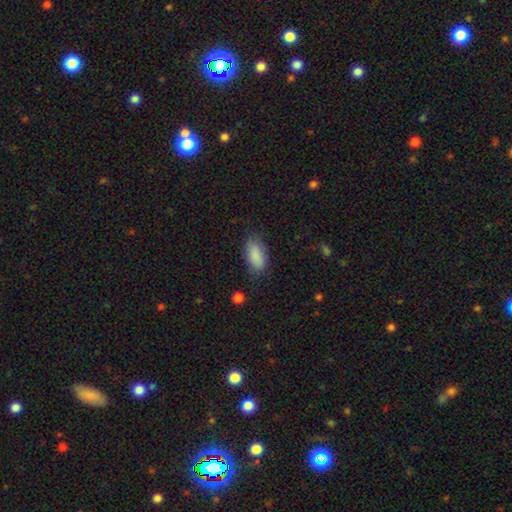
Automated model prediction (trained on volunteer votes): A smooth galaxy with no disk features (88%) that is in between round and cigar-shaped (92%).

Vote fractions:
- Smooth or featured? smooth: 88% / star or artifact: 7% / featured or disk: 5%
- How rounded? in between: 92% / round: 4% / cigar-shaped: 4%
- Merging? none: 75% / minor disturbance: 18% / major disturbance: 5% / merger: 2%